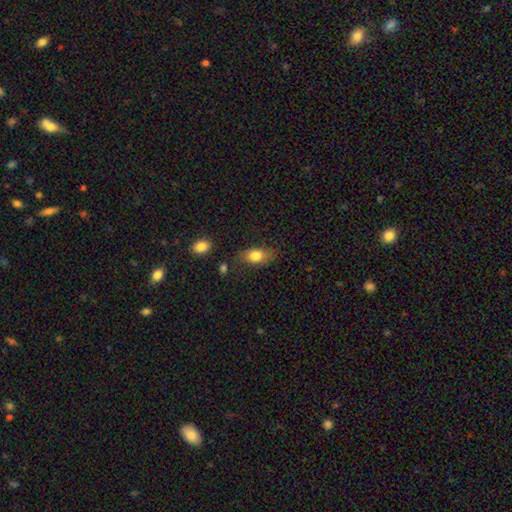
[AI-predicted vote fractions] smooth 80%, featured or disk 12%, star or artifact 8%. Down the decision tree: how rounded — in between (82%); merging — none (72%).